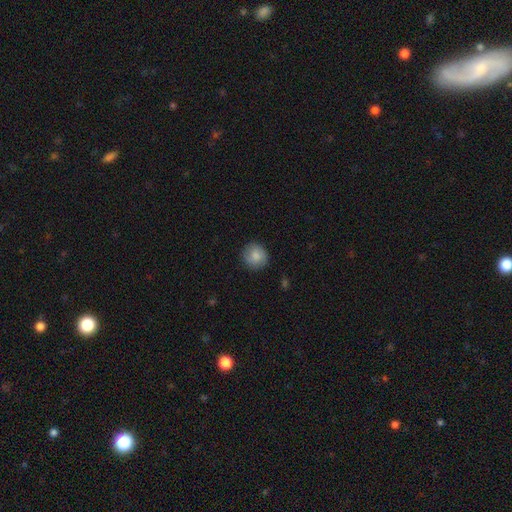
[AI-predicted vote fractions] Smooth or featured? smooth (83%)
How rounded? round (92%)
Merging? none (86%)